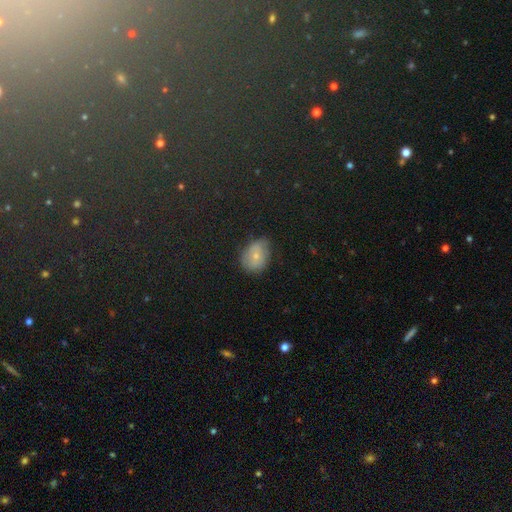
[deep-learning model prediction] The model was most divided on "how rounded": in between: 56%, round: 43%, cigar-shaped: 1%. More confident: smooth or featured — smooth (63%); merging — none (61%).